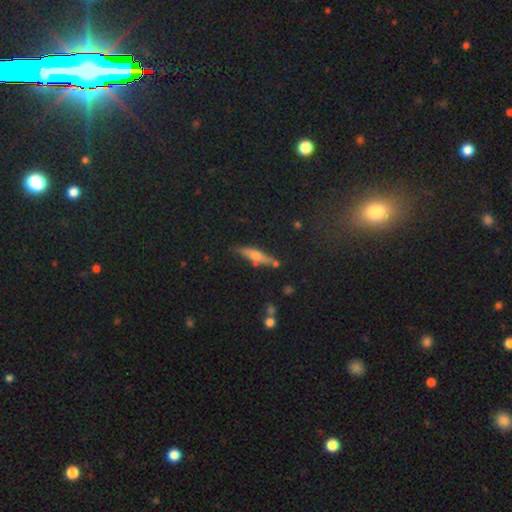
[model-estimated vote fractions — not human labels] This is possibly a smooth galaxy (45%). Merging: likely none (74%).